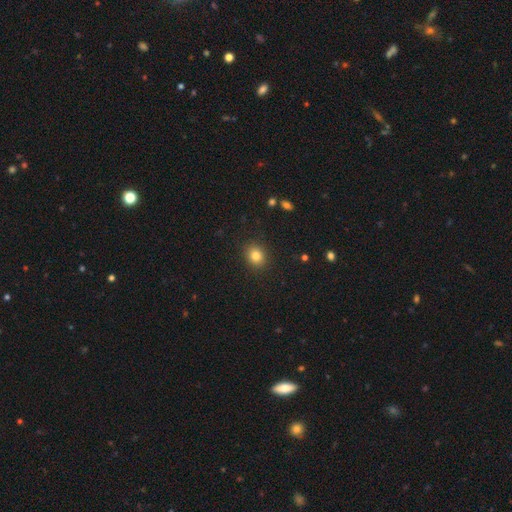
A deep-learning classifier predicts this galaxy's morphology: A smooth galaxy with no disk features (83%) that is round (65%).

Vote fractions:
- Smooth or featured? smooth: 83% / star or artifact: 11% / featured or disk: 6%
- How rounded? round: 65% / in between: 34% / cigar-shaped: 1%
- Merging? none: 89% / minor disturbance: 7% / major disturbance: 2% / merger: 1%